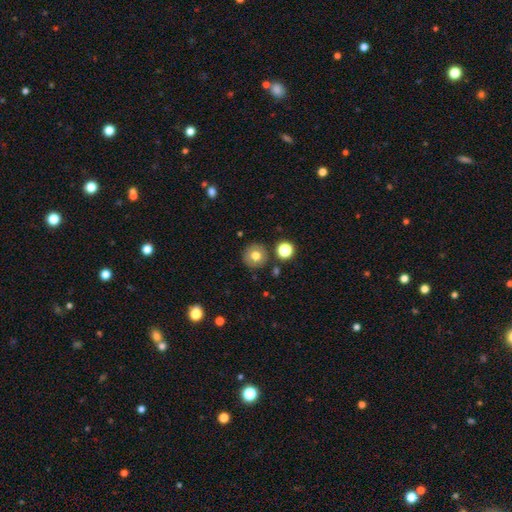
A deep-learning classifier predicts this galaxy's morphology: Smooth or featured: smooth — 73% (featured or disk — 16%)
How rounded: round — 94% (in between — 5%)
Merging: none — 87% (minor disturbance — 7%)